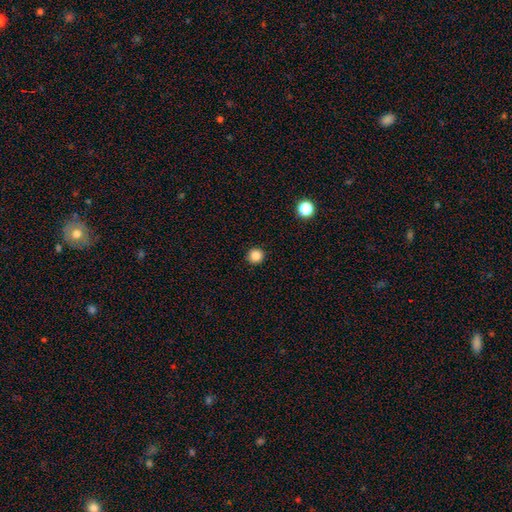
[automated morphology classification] Smooth or featured?
  - smooth: 85% *
  - star or artifact: 12%
  - featured or disk: 3%
How rounded?
  - round: 95% *
  - in between: 4%
  - cigar-shaped: 1%
Merging?
  - none: 92% *
  - minor disturbance: 5%
  - major disturbance: 2%
  - merger: 1%